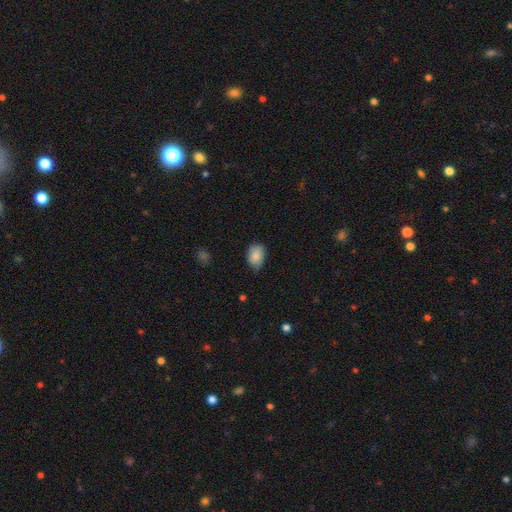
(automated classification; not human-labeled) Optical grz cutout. It shows a smooth galaxy with no disk features (86%) that is in between round and cigar-shaped (82%). Merging: none (69%).